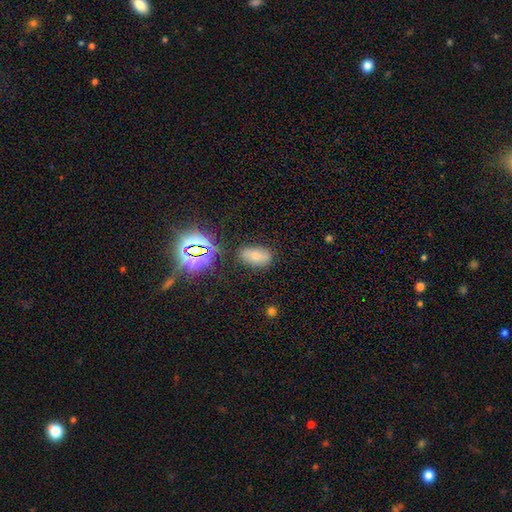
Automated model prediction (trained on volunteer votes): This is likely a smooth galaxy (67%). How rounded: clearly in between (89%). Merging: likely none (79%).